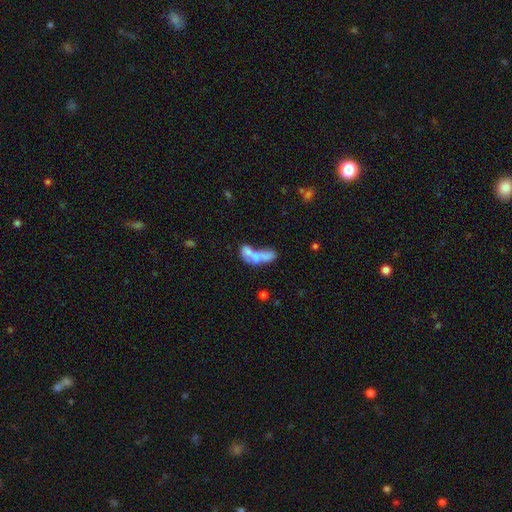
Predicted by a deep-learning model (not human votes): smooth-or-featured: smooth: 52% | featured or disk: 38% | star or artifact: 11%
  how-rounded: in between: 76% | cigar-shaped: 14% | round: 9%
  merging: merger: 69% | none: 13% | major disturbance: 11% | minor disturbance: 7%